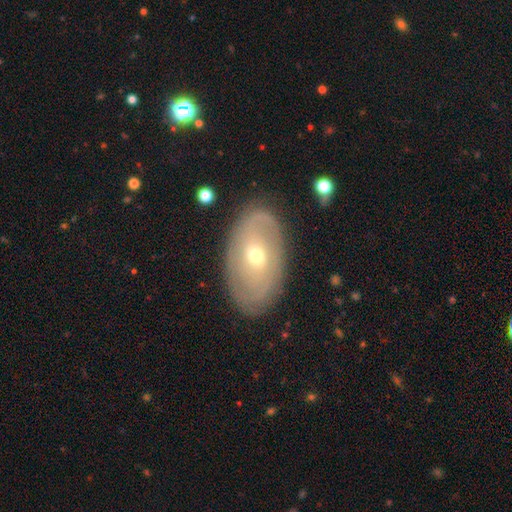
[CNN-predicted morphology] Smooth or featured? featured or disk (64%)
Edge-on disk? no (91%)
Bar? no (59%)
Spiral arms? yes (60%)
Bulge size? small (51%)
Merging? none (82%)